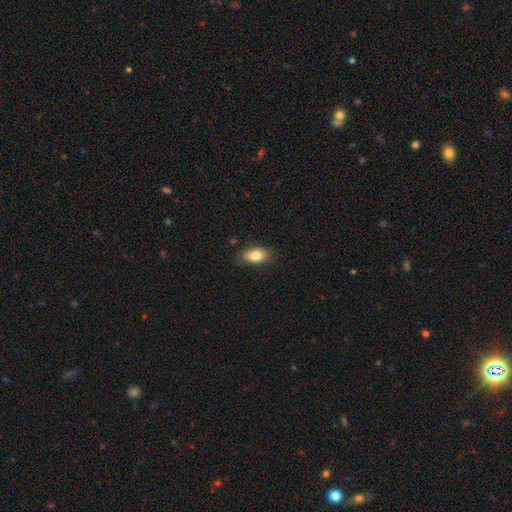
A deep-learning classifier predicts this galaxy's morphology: Smooth or featured? smooth (80%)
How rounded? in between (89%)
Merging? none (80%)